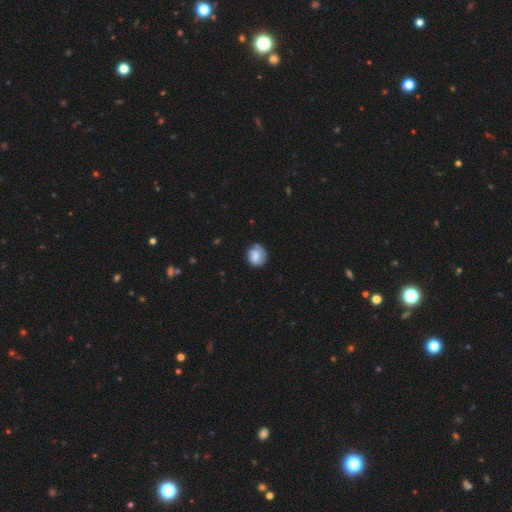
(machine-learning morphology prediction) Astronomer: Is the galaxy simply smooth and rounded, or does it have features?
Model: smooth — 67%.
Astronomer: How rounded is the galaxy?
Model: round — 72%.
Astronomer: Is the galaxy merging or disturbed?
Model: none — 63%.